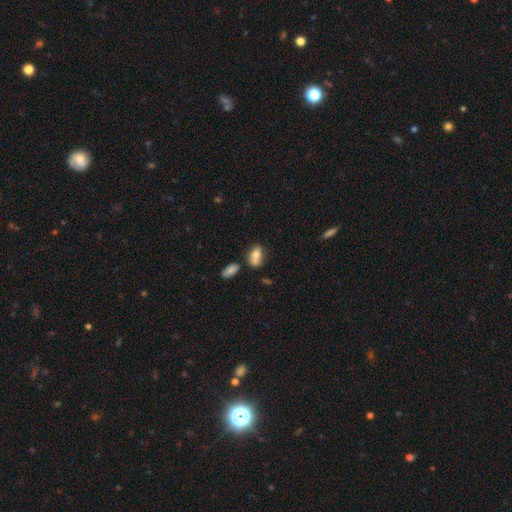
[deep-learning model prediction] smooth 74%, featured or disk 18%, star or artifact 8%. Down the decision tree: how rounded — in between (84%); merging — none (47%).